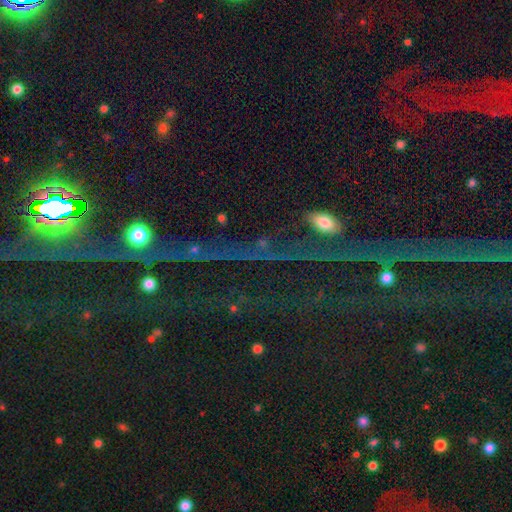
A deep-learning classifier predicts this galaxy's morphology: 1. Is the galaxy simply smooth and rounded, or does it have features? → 84% star or artifact, 9% featured or disk, 8% smooth.